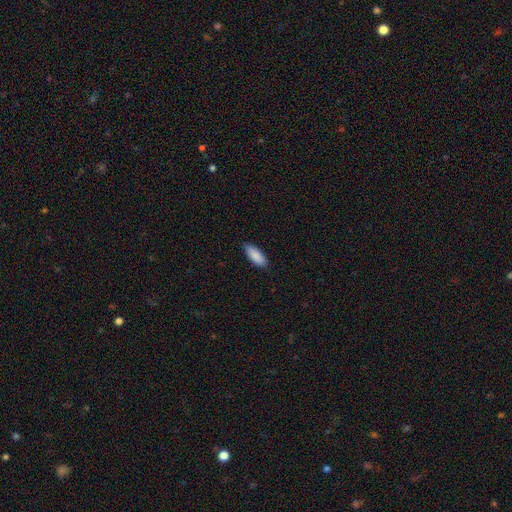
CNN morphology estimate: A smooth galaxy with no disk features (89%) that is in between round and cigar-shaped (75%).

Vote fractions:
- Smooth or featured? smooth: 89% / star or artifact: 6% / featured or disk: 5%
- How rounded? in between: 75% / cigar-shaped: 23% / round: 2%
- Merging? none: 86% / minor disturbance: 11% / major disturbance: 2% / merger: 1%